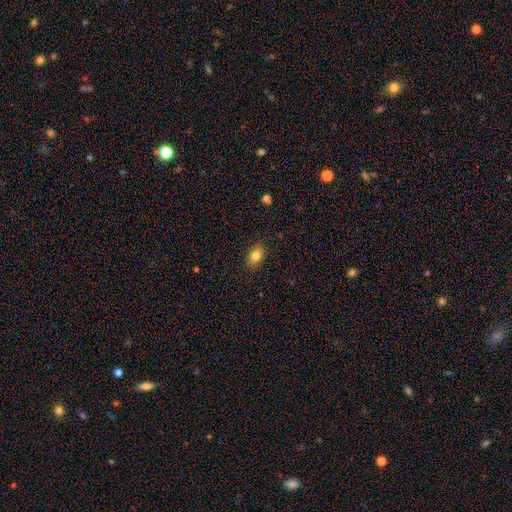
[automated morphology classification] This is clearly a smooth galaxy (82%). How rounded: clearly in between (82%). Merging: clearly none (86%).